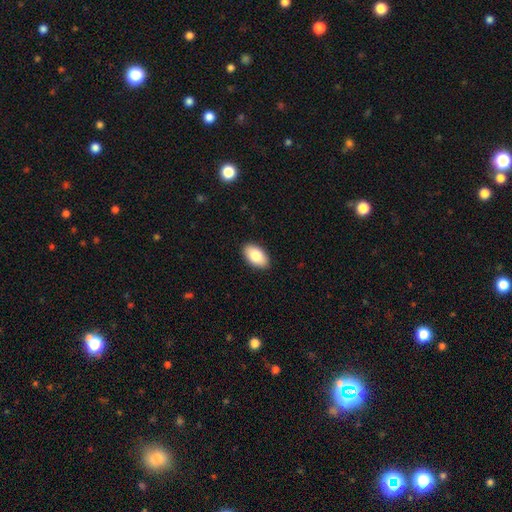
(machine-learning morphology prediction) This appears to be a smooth galaxy with no disk features (83%) that is in between round and cigar-shaped (95%). Merging: none (90%).